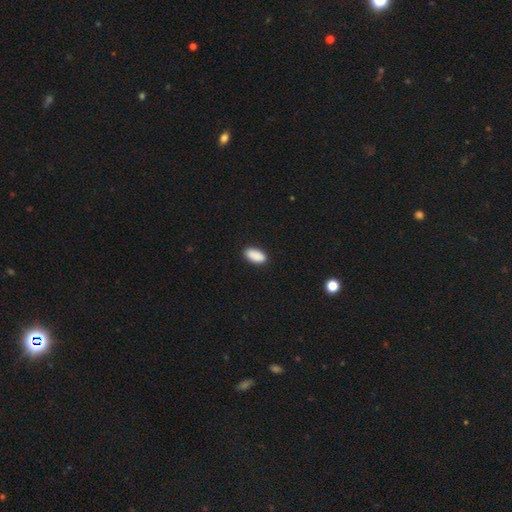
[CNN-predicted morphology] smooth-or-featured: smooth: 90% | star or artifact: 7% | featured or disk: 3%
  how-rounded: in between: 93% | cigar-shaped: 4% | round: 3%
  merging: none: 88% | minor disturbance: 9% | major disturbance: 2% | merger: 1%